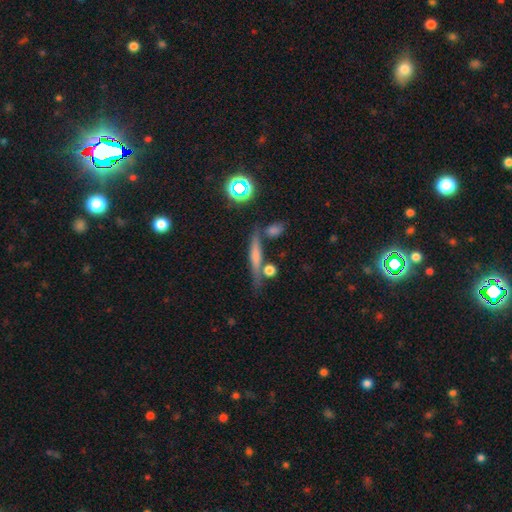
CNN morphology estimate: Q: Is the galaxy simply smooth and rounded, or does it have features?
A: featured or disk — 43%.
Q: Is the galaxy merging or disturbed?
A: none — 66%.